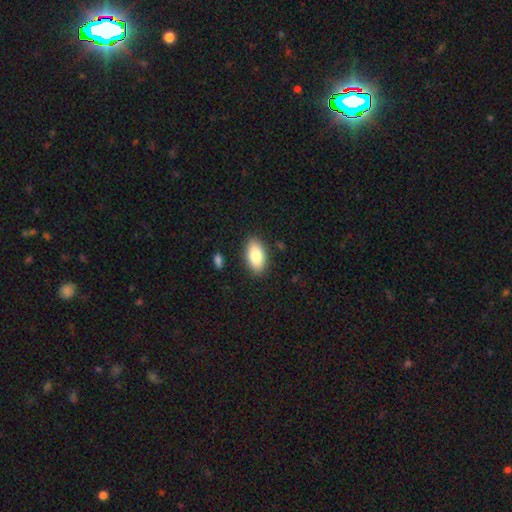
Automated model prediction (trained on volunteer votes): Smooth or featured: smooth — 82% (featured or disk — 12%)
How rounded: in between — 93% (round — 4%)
Merging: none — 87% (minor disturbance — 9%)